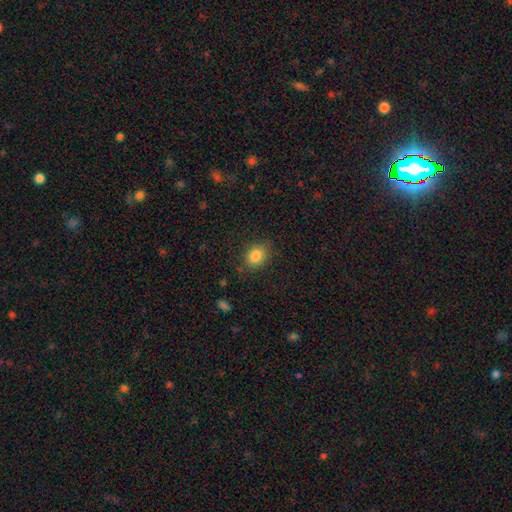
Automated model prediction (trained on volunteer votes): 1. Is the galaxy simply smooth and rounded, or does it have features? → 84% smooth, 9% star or artifact, 6% featured or disk.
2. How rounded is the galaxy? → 62% in between, 36% round, 1% cigar-shaped.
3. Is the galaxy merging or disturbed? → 82% none, 13% minor disturbance, 4% major disturbance, 1% merger.